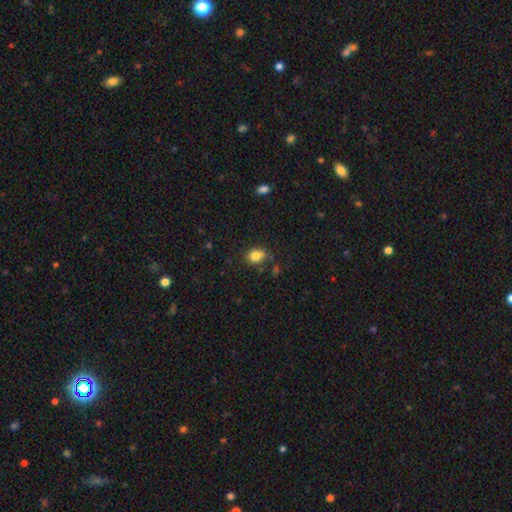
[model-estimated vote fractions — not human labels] smooth 82%, star or artifact 11%, featured or disk 7%. Down the decision tree: how rounded — in between (53%); merging — none (69%).